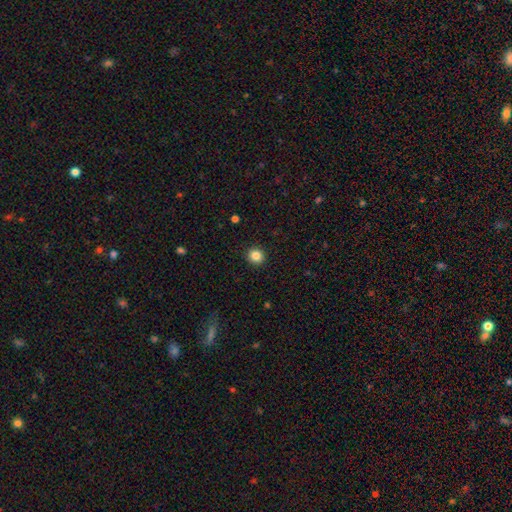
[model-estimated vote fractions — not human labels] Smooth or featured: smooth — 84% (star or artifact — 11%)
How rounded: round — 90% (in between — 9%)
Merging: none — 92% (minor disturbance — 5%)